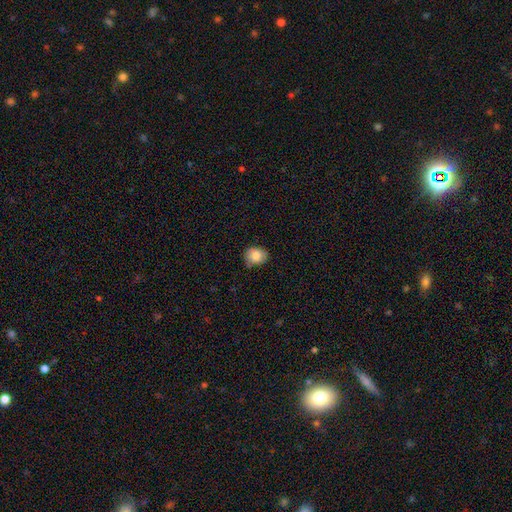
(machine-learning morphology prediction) smooth-or-featured: smooth: 84% | star or artifact: 8% | featured or disk: 8%
  how-rounded: round: 54% | in between: 46% | cigar-shaped: 1%
  merging: none: 74% | minor disturbance: 21% | major disturbance: 3% | merger: 2%